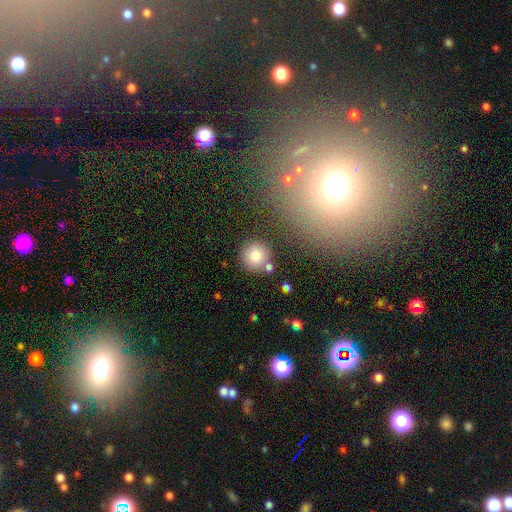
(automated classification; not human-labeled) Smooth or featured: smooth — 82% (star or artifact — 10%)
How rounded: round — 93% (in between — 6%)
Merging: none — 77% (merger — 11%)